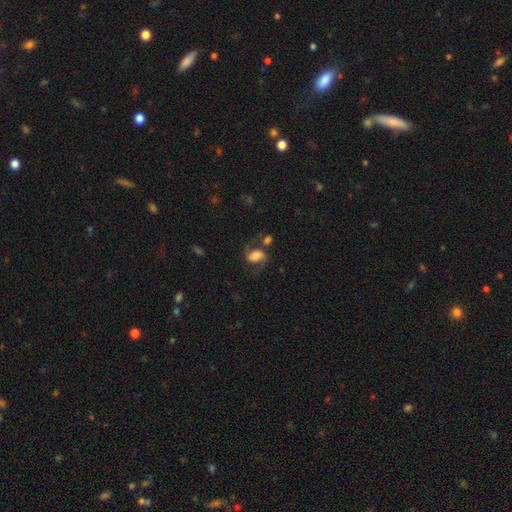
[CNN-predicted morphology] Smooth or featured: featured or disk — 52% (smooth — 39%)
Edge-on disk: no — 96% (yes — 4%)
Merging: none — 52% (minor disturbance — 18%)